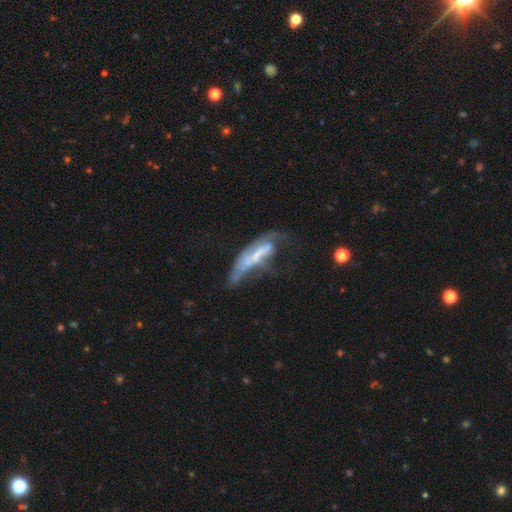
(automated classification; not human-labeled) Smooth or featured: featured or disk — 59% (smooth — 31%)
Edge-on disk: no — 69% (yes — 31%)
Merging: major disturbance — 46% (none — 20%)